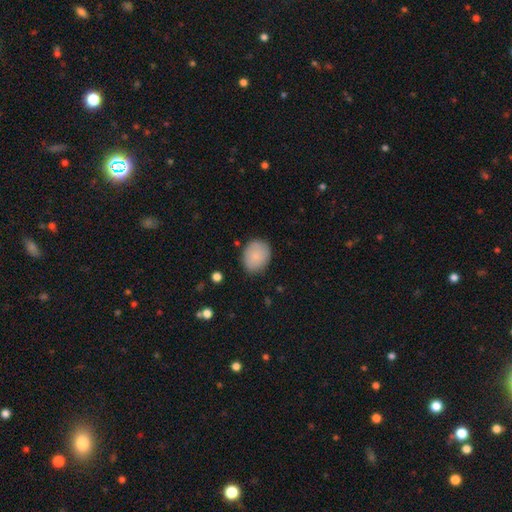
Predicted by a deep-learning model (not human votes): smooth 85%, featured or disk 9%, star or artifact 7%. Down the decision tree: how rounded — round (52%); merging — none (81%).